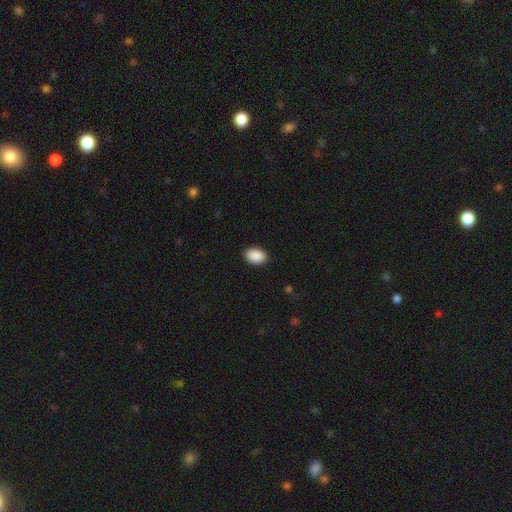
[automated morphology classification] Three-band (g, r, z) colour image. It shows a smooth galaxy with no disk features (91%) that is in between round and cigar-shaped (88%). Merging: none (90%).